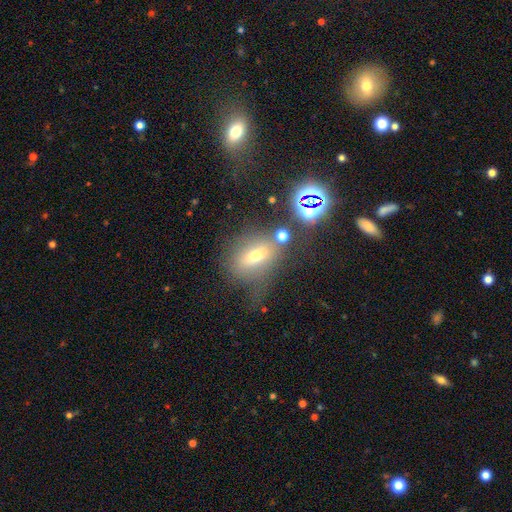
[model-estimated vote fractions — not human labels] Overall: smooth (50%; featured or disk 26%). How rounded: in between (66%; round 27%). Merging: none (48%; minor disturbance 21%).